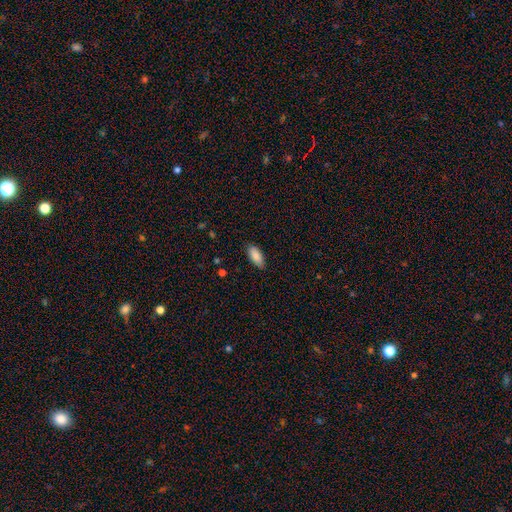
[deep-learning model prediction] Smooth or featured? Predicted: smooth (p=0.88). How rounded? Predicted: in between (p=0.85). Merging? Predicted: none (p=0.85).